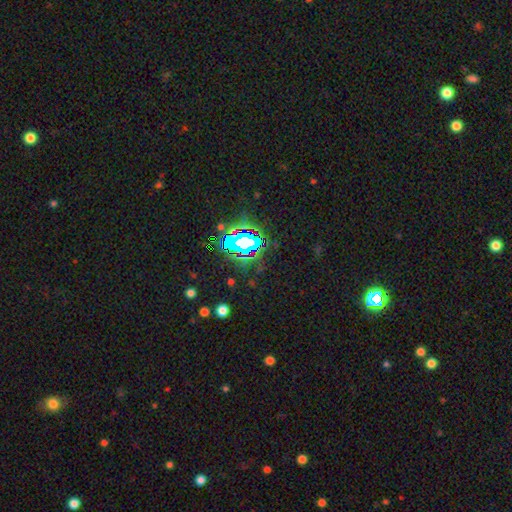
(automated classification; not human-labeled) Smooth or featured?
  - star or artifact: 81% *
  - smooth: 11%
  - featured or disk: 8%